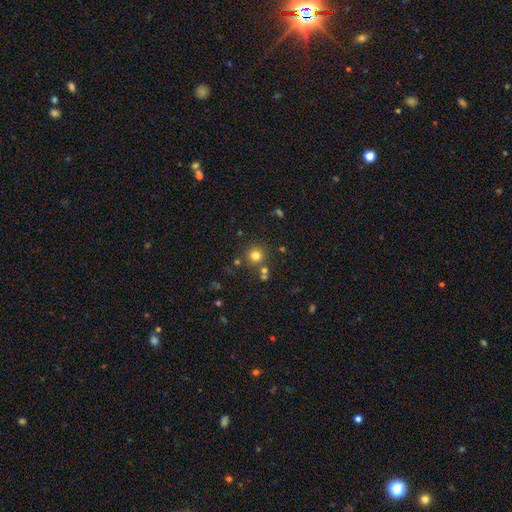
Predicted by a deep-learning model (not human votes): Morphology: type=smooth (77%); roundness=round (93%); merging=none (78%).